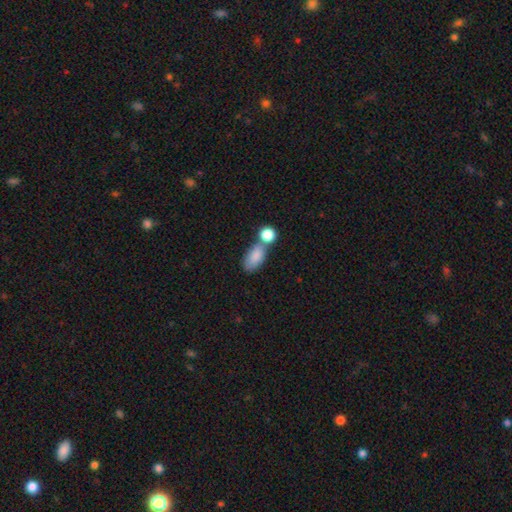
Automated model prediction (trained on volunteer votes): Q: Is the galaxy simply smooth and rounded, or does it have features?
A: smooth — 84%.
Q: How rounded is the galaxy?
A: in between — 88%.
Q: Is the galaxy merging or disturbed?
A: none — 41%.